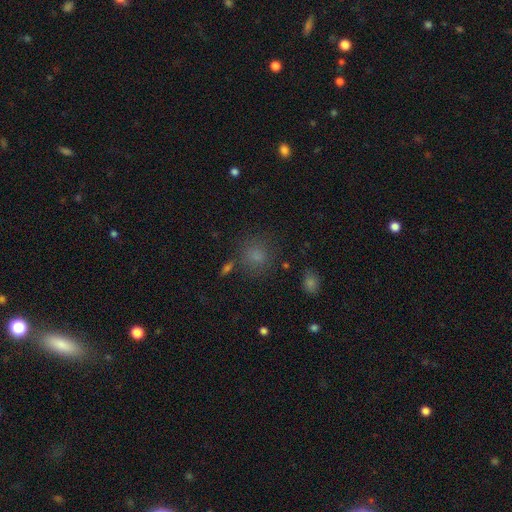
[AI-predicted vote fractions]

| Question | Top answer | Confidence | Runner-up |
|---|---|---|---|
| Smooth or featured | smooth | 74% | star or artifact (18%) |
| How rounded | round | 79% | in between (19%) |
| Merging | none | 73% | minor disturbance (14%) |